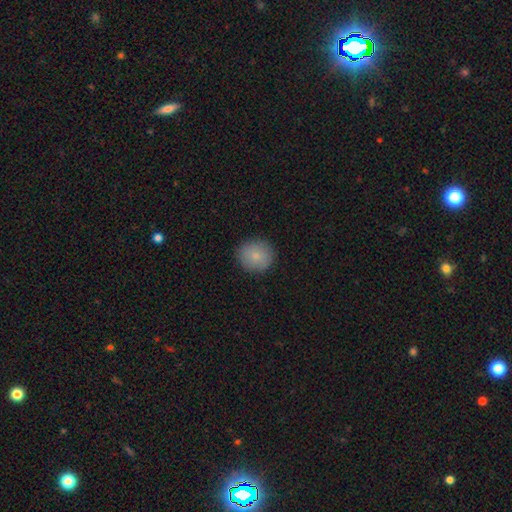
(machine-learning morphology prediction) Overall: smooth (83%). How rounded: round (90%). Merging: none (90%).